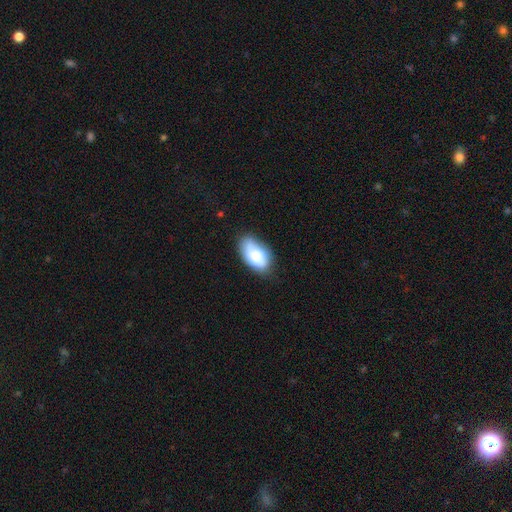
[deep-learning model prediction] Smooth or featured?
  - smooth: 79% *
  - featured or disk: 15%
  - star or artifact: 7%
How rounded?
  - in between: 94% *
  - round: 4%
  - cigar-shaped: 2%
Merging?
  - none: 66% *
  - minor disturbance: 27%
  - major disturbance: 6%
  - merger: 2%